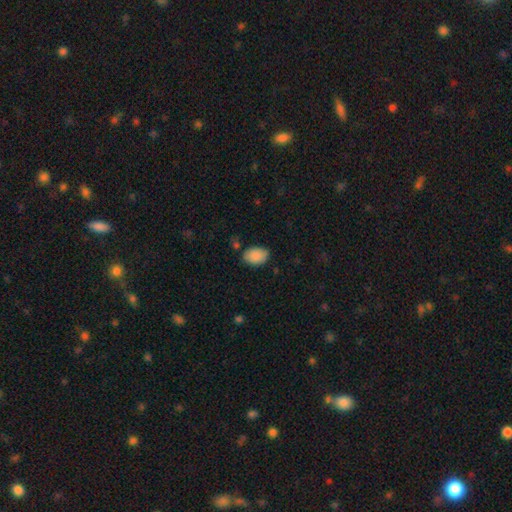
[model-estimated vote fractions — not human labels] smooth-or-featured: smooth: 89% | star or artifact: 7% | featured or disk: 5%
  how-rounded: in between: 84% | round: 15% | cigar-shaped: 1%
  merging: none: 76% | minor disturbance: 17% | major disturbance: 4% | merger: 3%